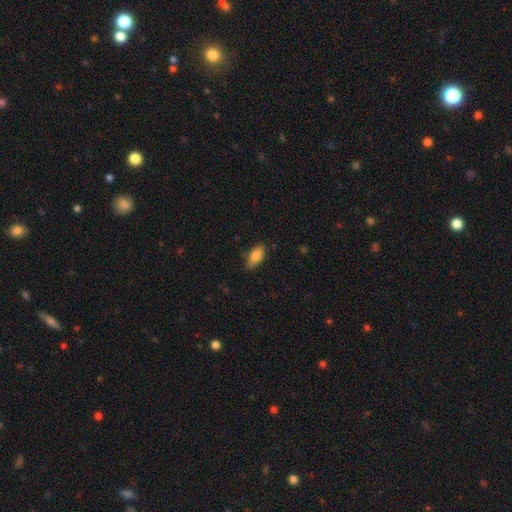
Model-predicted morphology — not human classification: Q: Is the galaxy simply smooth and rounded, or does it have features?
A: smooth — 85%.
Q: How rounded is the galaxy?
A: in between — 89%.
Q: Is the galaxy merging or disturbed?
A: none — 80%.